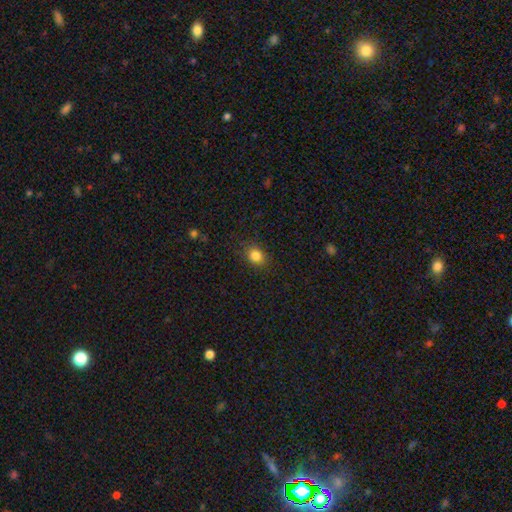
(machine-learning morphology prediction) A smooth galaxy with no disk features (84%) that is round (55%).

Vote fractions:
- Smooth or featured? smooth: 84% / star or artifact: 11% / featured or disk: 5%
- How rounded? round: 55% / in between: 44% / cigar-shaped: 1%
- Merging? none: 85% / minor disturbance: 11% / major disturbance: 3% / merger: 1%